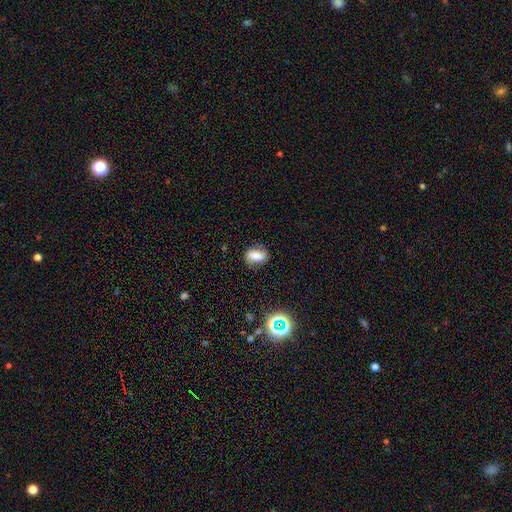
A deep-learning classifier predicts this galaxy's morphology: smooth-or-featured: smooth: 59% | featured or disk: 28% | star or artifact: 13%
  how-rounded: in between: 70% | round: 26% | cigar-shaped: 4%
  merging: none: 77% | minor disturbance: 16% | major disturbance: 5% | merger: 2%